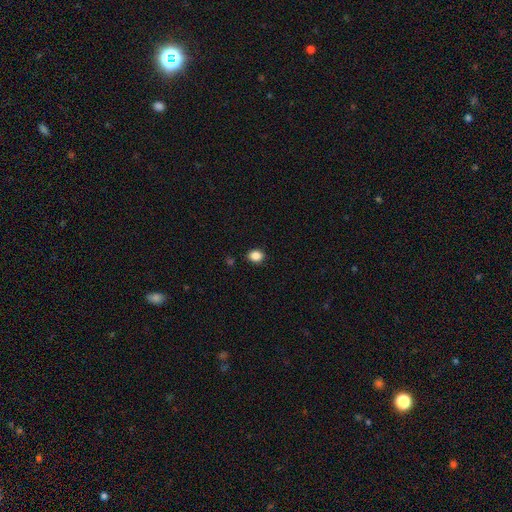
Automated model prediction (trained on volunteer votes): Overall: smooth (87%). How rounded: in between (50%; round 49%). Merging: none (88%).